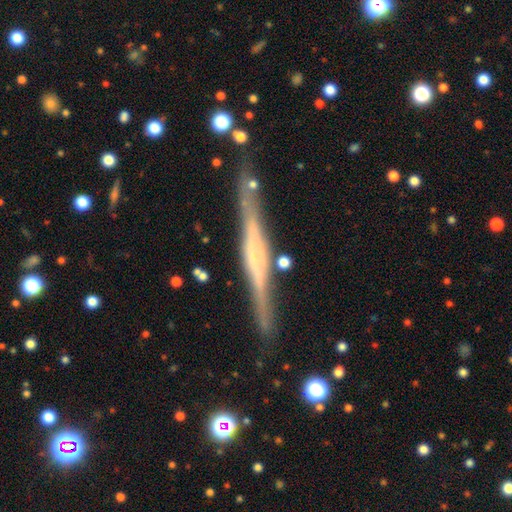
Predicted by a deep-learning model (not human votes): A featured or disk galaxy (77%) viewed edge-on (98%) with a rounded central bulge (44%).

Vote fractions:
- Smooth or featured? featured or disk: 77% / smooth: 17% / star or artifact: 6%
- Edge-on disk? yes: 98% / no: 2%
- Edge-on bulge? rounded: 44% / boxy: 33% / none: 23%
- Merging? none: 84% / minor disturbance: 11% / merger: 3% / major disturbance: 2%